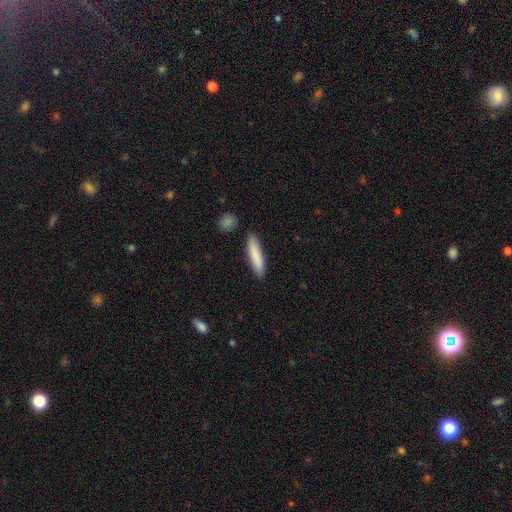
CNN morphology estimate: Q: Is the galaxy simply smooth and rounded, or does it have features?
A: smooth — 84%.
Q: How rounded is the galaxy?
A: cigar-shaped — 84%.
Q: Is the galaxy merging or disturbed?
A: none — 86%.